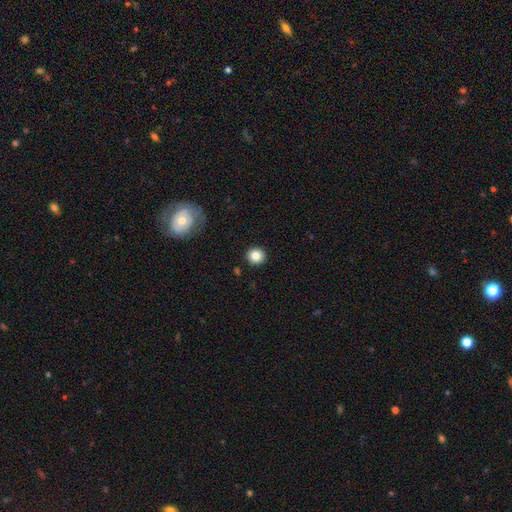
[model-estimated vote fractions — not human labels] Smooth or featured? Predicted: smooth (p=0.84). How rounded? Predicted: round (p=0.91). Merging? Predicted: none (p=0.92).